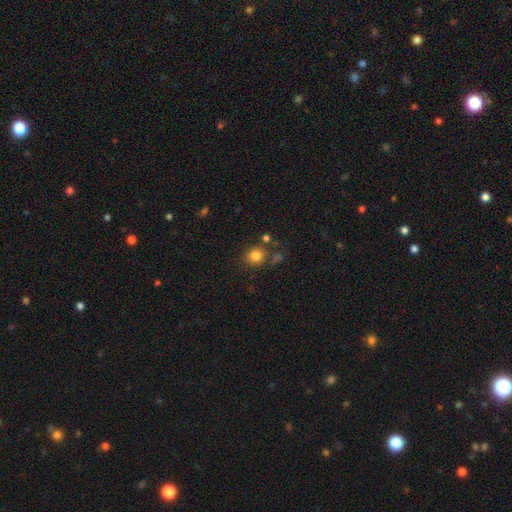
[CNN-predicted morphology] Smooth or featured: smooth — 83% (star or artifact — 12%)
How rounded: round — 80% (in between — 19%)
Merging: none — 76% (minor disturbance — 11%)